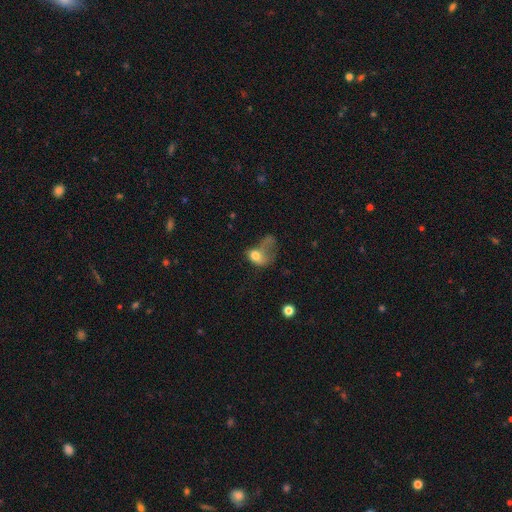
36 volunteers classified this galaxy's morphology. Overall: smooth (75%). How rounded: in between (85%). Merging: major disturbance (53%; none 22%).